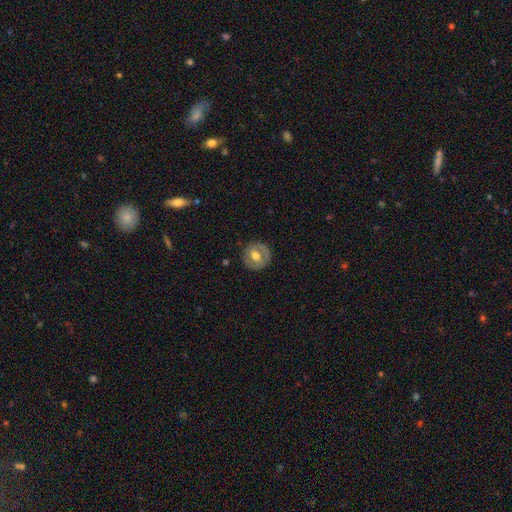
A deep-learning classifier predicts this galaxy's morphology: Smooth or featured? Predicted: smooth (p=0.50). Merging? Predicted: none (p=0.85).